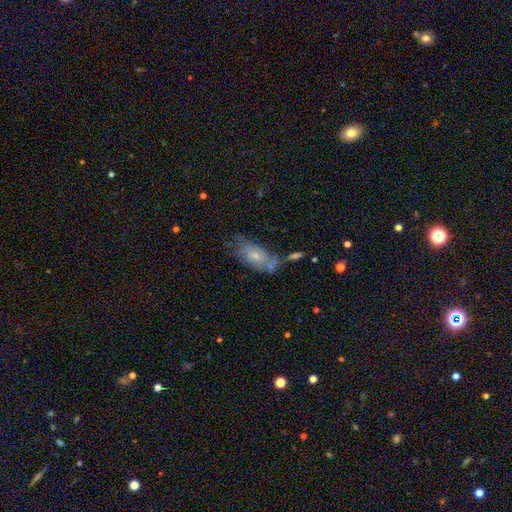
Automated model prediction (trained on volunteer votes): Smooth or featured: smooth — 53% (featured or disk — 39%)
How rounded: in between — 88% (cigar-shaped — 7%)
Merging: none — 35% (minor disturbance — 25%)